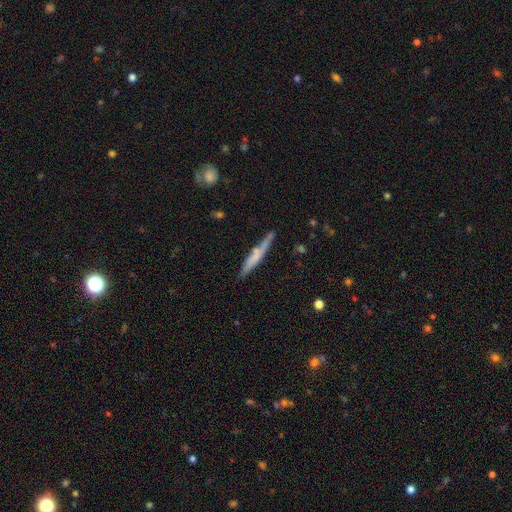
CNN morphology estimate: type=smooth (52%); roundness=cigar-shaped (94%); merging=none (73%).